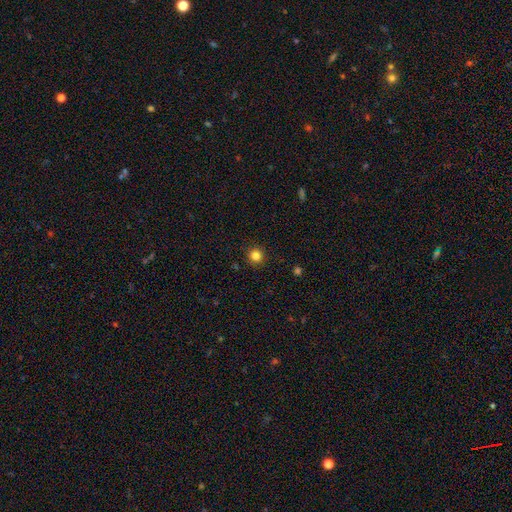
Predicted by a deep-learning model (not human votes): Morphology: type=smooth (83%); roundness=round (95%); merging=none (92%).